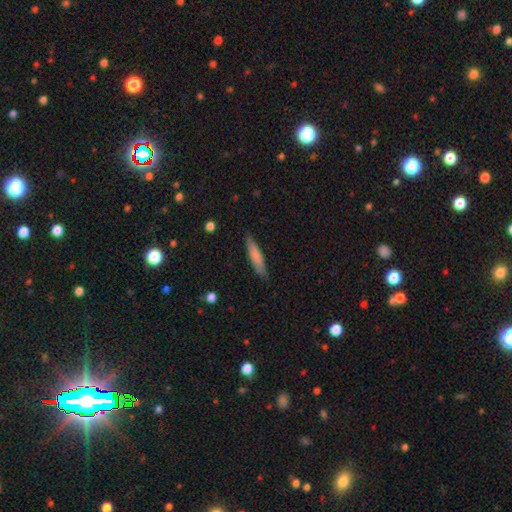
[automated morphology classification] Smooth or featured: smooth — 76% (featured or disk — 18%)
How rounded: cigar-shaped — 84% (in between — 14%)
Merging: none — 85% (minor disturbance — 12%)